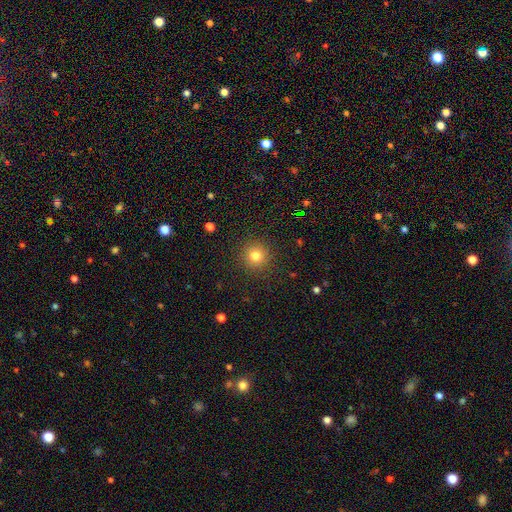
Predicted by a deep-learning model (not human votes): Smooth or featured? Predicted: smooth (p=0.79). How rounded? Predicted: round (p=0.94). Merging? Predicted: none (p=0.90).